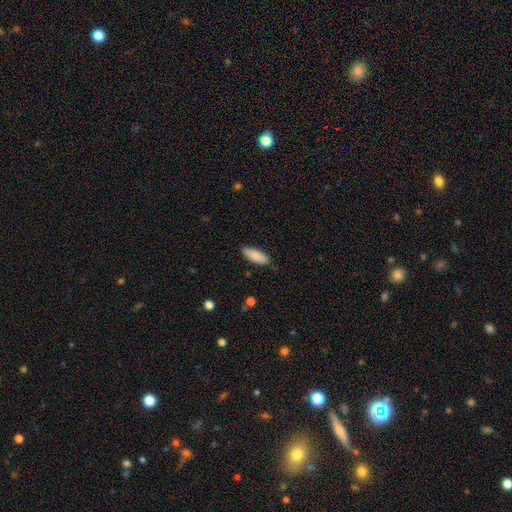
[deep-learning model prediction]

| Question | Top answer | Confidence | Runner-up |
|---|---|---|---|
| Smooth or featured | smooth | 86% | featured or disk (8%) |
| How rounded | in between | 68% | cigar-shaped (31%) |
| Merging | none | 85% | minor disturbance (12%) |